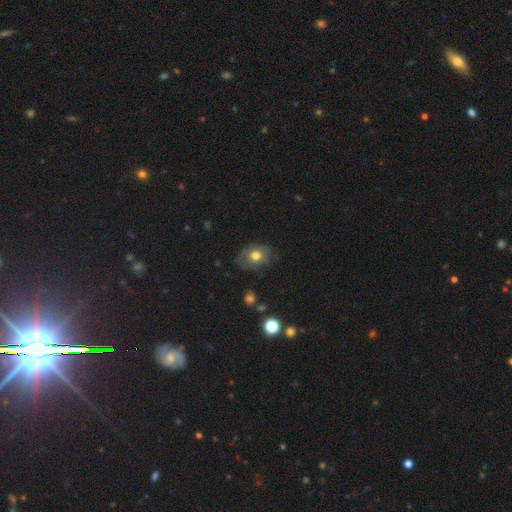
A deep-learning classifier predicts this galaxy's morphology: Smooth or featured: smooth — 67% (featured or disk — 23%)
How rounded: in between — 59% (round — 40%)
Merging: none — 70% (minor disturbance — 21%)